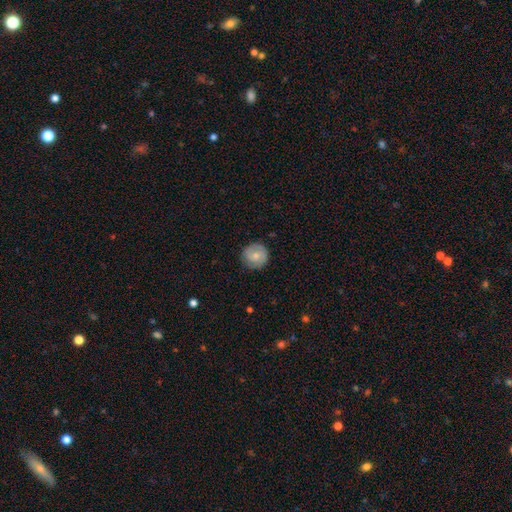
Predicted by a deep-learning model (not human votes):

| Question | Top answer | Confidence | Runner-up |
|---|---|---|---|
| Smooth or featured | smooth | 62% | featured or disk (32%) |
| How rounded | round | 93% | in between (6%) |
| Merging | none | 81% | minor disturbance (14%) |